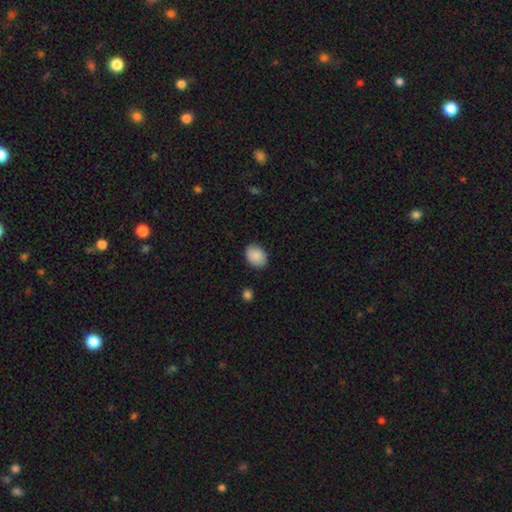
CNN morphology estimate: Smooth or featured?
  - smooth: 88% *
  - star or artifact: 7%
  - featured or disk: 6%
How rounded?
  - in between: 67% *
  - round: 32%
  - cigar-shaped: 1%
Merging?
  - none: 84% *
  - minor disturbance: 12%
  - major disturbance: 3%
  - merger: 1%